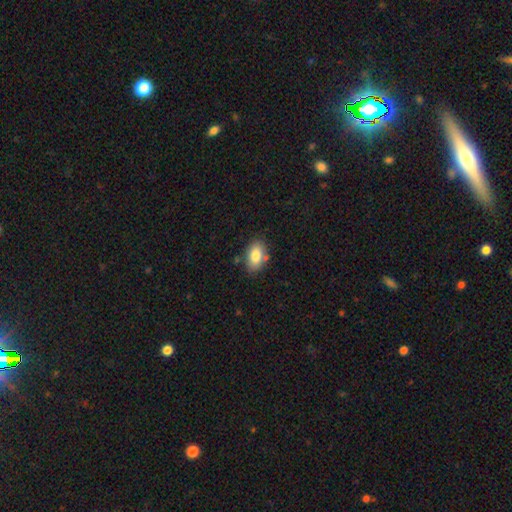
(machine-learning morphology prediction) Smooth or featured? smooth (82%)
How rounded? in between (90%)
Merging? none (79%)